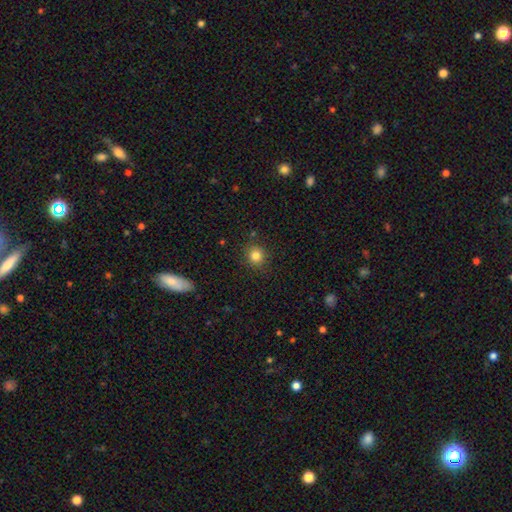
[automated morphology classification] smooth 82%, star or artifact 12%, featured or disk 6%. Down the decision tree: how rounded — round (88%); merging — none (88%).